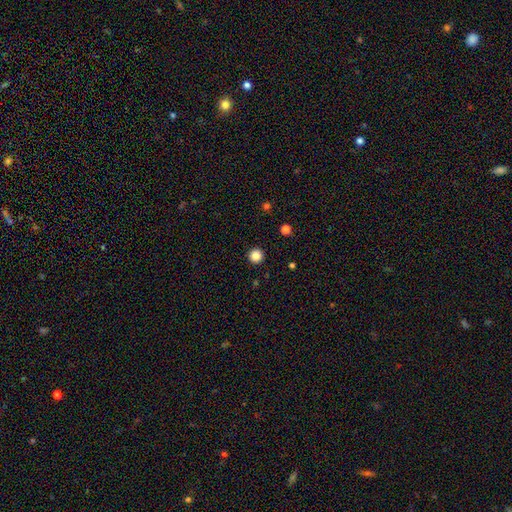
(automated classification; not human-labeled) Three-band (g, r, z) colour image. It shows a smooth galaxy with no disk features (84%) that is round (97%). Merging: none (94%).